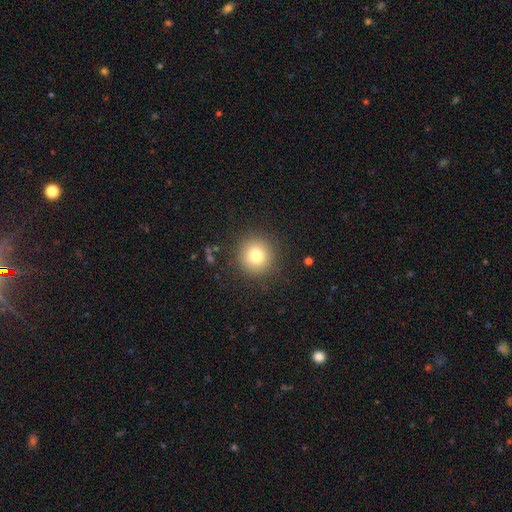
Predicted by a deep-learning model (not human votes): A smooth galaxy with no disk features (78%) that is round (94%). Merging: none (89%).